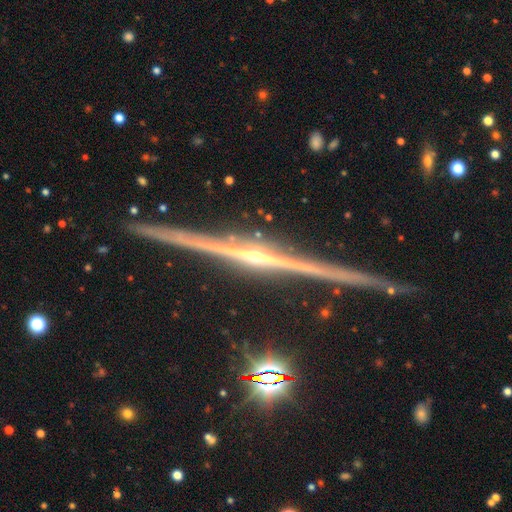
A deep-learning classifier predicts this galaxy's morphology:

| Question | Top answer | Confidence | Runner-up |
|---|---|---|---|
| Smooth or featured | featured or disk | 90% | star or artifact (6%) |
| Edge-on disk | yes | 99% | no (1%) |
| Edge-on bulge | rounded | 77% | none (16%) |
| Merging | none | 90% | minor disturbance (7%) |